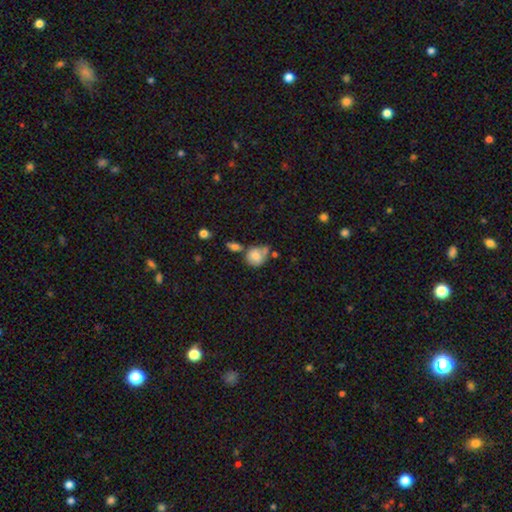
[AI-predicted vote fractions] Smooth or featured? Predicted: smooth (p=0.74). How rounded? Predicted: round (p=0.70). Merging? Predicted: none (p=0.38).